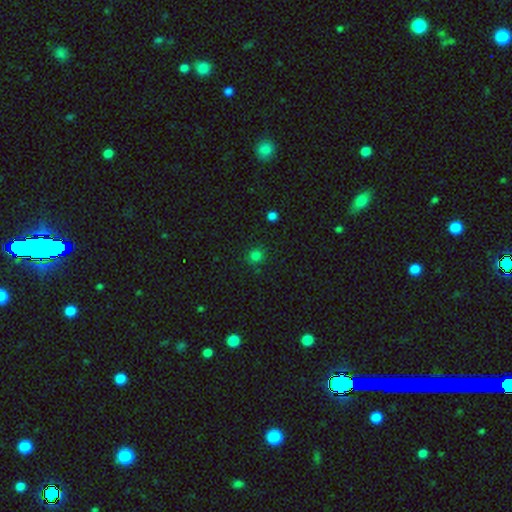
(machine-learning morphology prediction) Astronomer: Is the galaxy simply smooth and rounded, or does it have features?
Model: smooth — 78%.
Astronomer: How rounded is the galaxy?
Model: round — 89%.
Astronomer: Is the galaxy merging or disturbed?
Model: none — 86%.